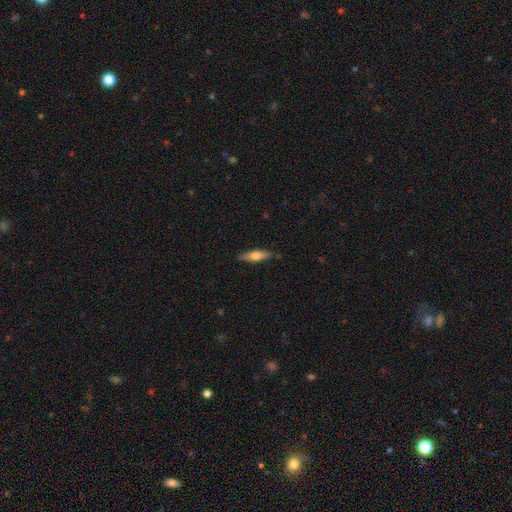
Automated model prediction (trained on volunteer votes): Morphology: type=smooth (63%); roundness=cigar-shaped (63%); merging=none (85%).